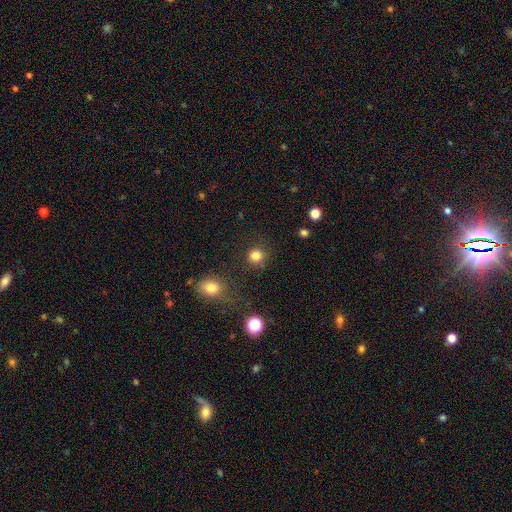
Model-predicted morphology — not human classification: The model was most divided on "smooth or featured": smooth: 82%, star or artifact: 13%, featured or disk: 4%. More confident: how rounded — round (93%); merging — none (86%).